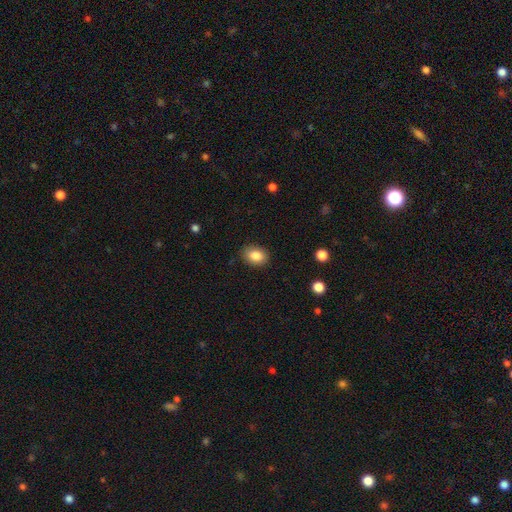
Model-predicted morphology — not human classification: smooth 86%, star or artifact 8%, featured or disk 6%. Down the decision tree: how rounded — in between (69%); merging — none (87%).